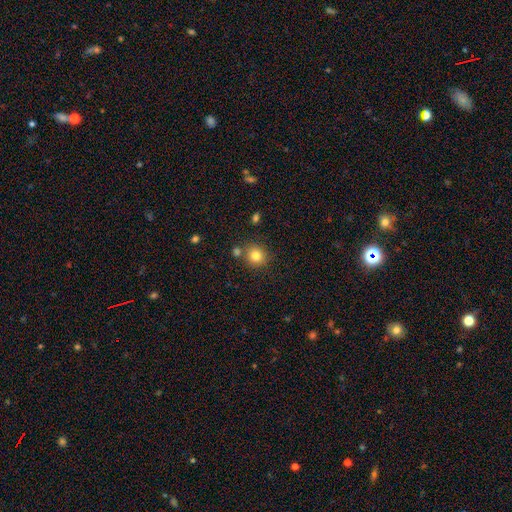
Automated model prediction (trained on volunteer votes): smooth_or_featured: smooth (p=0.82) [alt: star or artifact p=0.12]
how_rounded: round (p=0.90) [alt: in between p=0.09]
merging: none (p=0.78) [alt: merger p=0.10]